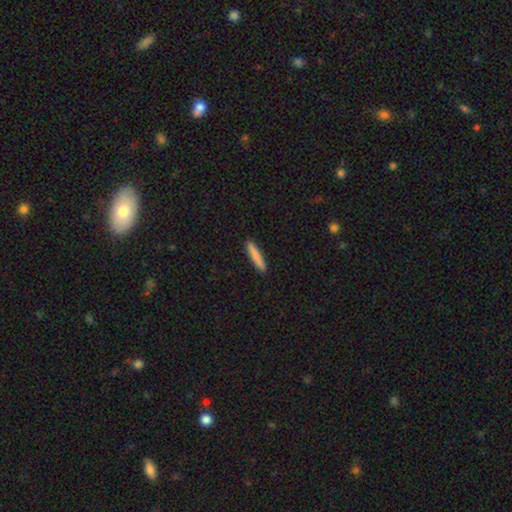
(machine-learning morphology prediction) Smooth or featured: smooth — 83% (featured or disk — 11%)
How rounded: cigar-shaped — 92% (in between — 6%)
Merging: none — 92% (minor disturbance — 6%)